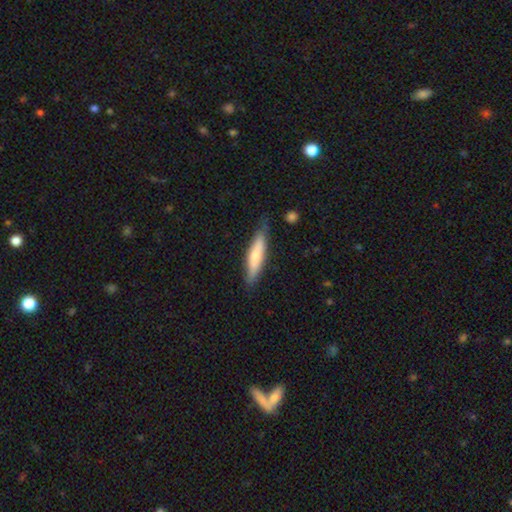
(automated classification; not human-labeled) Smooth or featured? smooth (68%)
How rounded? cigar-shaped (79%)
Merging? none (76%)